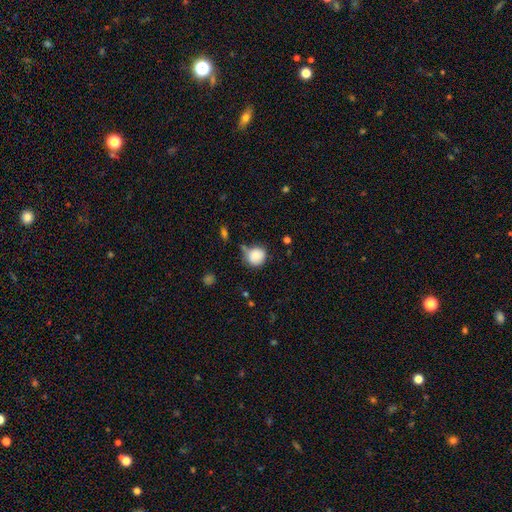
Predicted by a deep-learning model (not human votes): Overall: smooth (84%). How rounded: round (88%). Merging: none (65%).